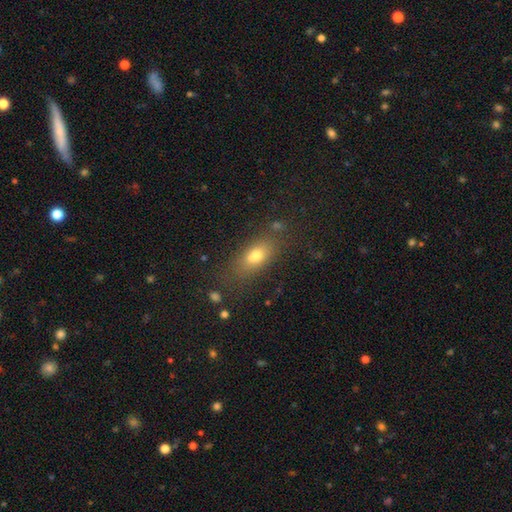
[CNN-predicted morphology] This appears to be a smooth galaxy with no disk features (71%) that is in between round and cigar-shaped (73%). Merging: none (72%).